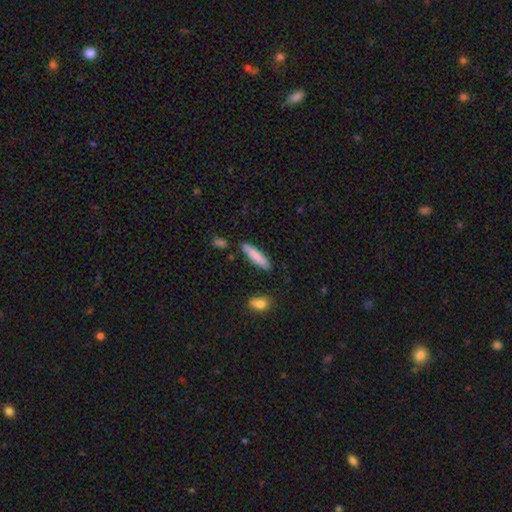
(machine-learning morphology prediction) A smooth galaxy with no disk features (80%) that is cigar-shaped (83%).

Vote fractions:
- Smooth or featured? smooth: 80% / featured or disk: 14% / star or artifact: 6%
- How rounded? cigar-shaped: 83% / in between: 15% / round: 2%
- Merging? none: 85% / minor disturbance: 10% / merger: 3% / major disturbance: 2%